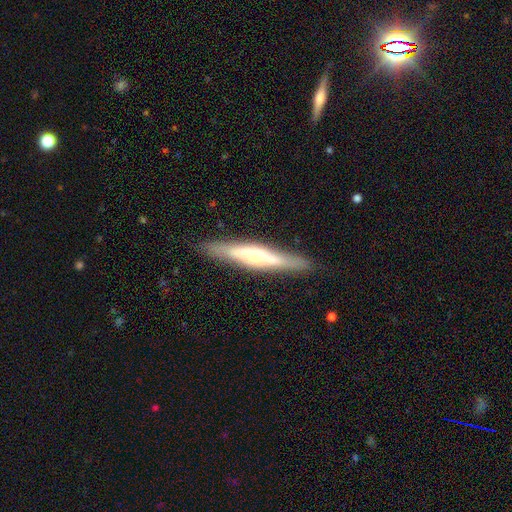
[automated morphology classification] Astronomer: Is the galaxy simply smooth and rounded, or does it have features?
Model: featured or disk — 65%.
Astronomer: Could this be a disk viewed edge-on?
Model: yes — 89%.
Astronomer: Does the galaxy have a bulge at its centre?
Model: rounded — 78%.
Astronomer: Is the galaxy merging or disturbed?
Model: none — 86%.